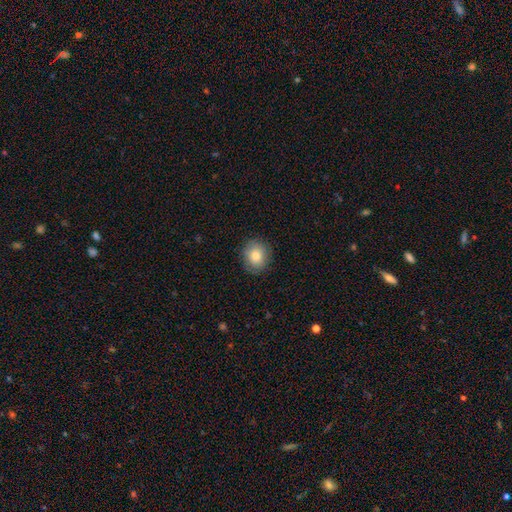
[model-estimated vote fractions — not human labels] This is clearly a smooth galaxy (81%). How rounded: likely round (76%). Merging: clearly none (87%).